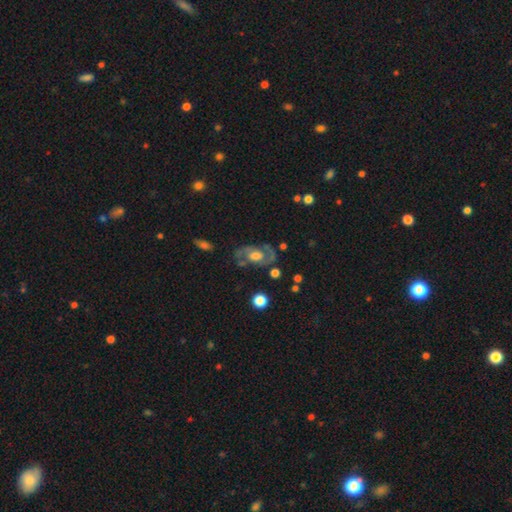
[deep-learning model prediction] This appears to be a featured or disk galaxy (75%) with no bar (64%), 2 (81%) medium (50%) spiral arms (74%) and a moderate central bulge (43%). Merging: none (69%).